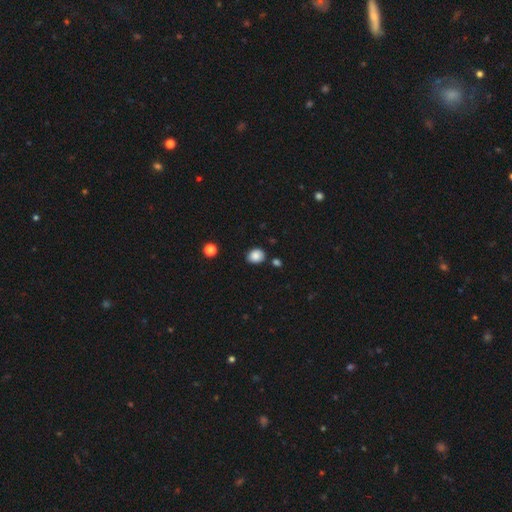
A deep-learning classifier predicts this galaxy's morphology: This is clearly a smooth galaxy (86%). How rounded: possibly round (54%). Merging: clearly none (82%).